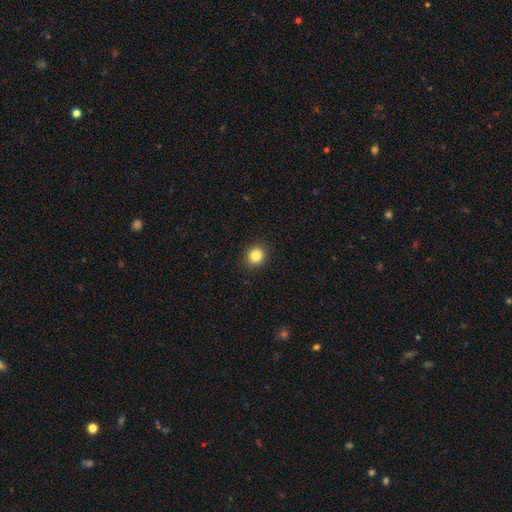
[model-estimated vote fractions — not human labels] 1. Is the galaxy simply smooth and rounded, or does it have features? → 84% smooth, 11% star or artifact, 5% featured or disk.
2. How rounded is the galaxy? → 78% round, 21% in between, 1% cigar-shaped.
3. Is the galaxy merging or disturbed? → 91% none, 6% minor disturbance, 2% major disturbance, 1% merger.